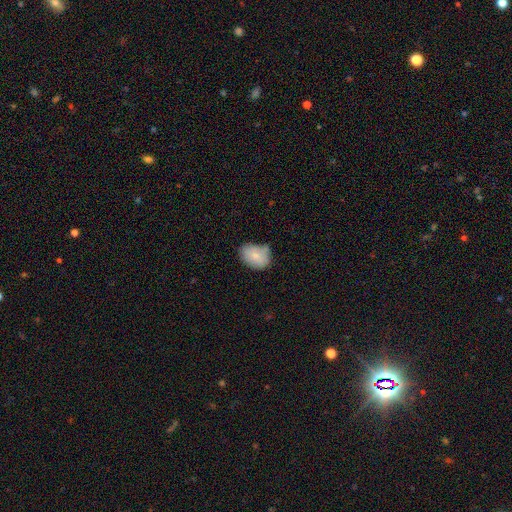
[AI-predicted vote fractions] smooth_or_featured: smooth (p=0.78) [alt: featured or disk p=0.15]
how_rounded: in between (p=0.74) [alt: round p=0.25]
merging: none (p=0.55) [alt: minor disturbance p=0.32]